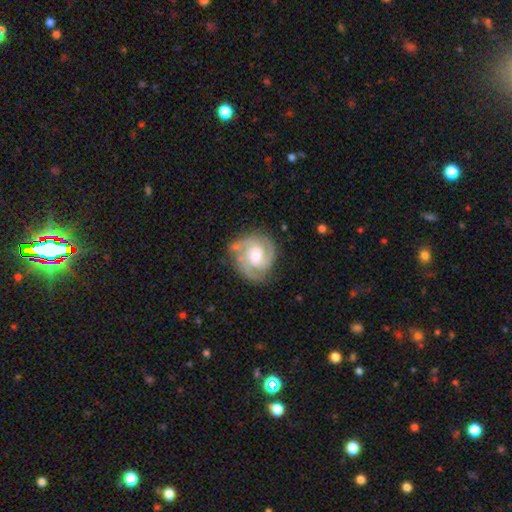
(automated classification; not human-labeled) A featured or disk galaxy (88%) with no bar (49%), 2 (52%) tight (53%) spiral arms (98%) and a moderate central bulge (53%).

Vote fractions:
- Smooth or featured? featured or disk: 88% / smooth: 7% / star or artifact: 4%
- Edge-on disk? no: 98% / yes: 2%
- Bar? no: 49% / weak: 41% / strong: 10%
- Spiral arms? yes: 98% / no: 2%
- Spiral winding? tight: 53% / medium: 41% / loose: 6%
- Spiral arm count? 2: 52% / 3: 33% / can't tell: 7% / 4: 3% / 1: 3% / more than 4: 2%
- Bulge size? moderate: 53% / small: 38% / large: 5% / none: 2% / dominant: 1%
- Merging? none: 73% / minor disturbance: 18% / major disturbance: 6% / merger: 3%